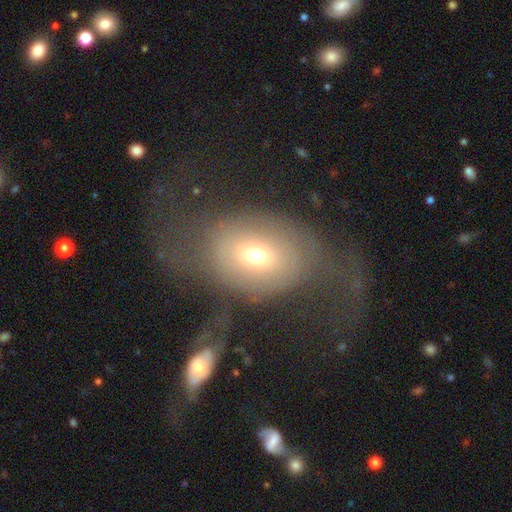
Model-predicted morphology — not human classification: Smooth or featured: smooth — 46% (featured or disk — 45%)
Merging: major disturbance — 43% (none — 28%)